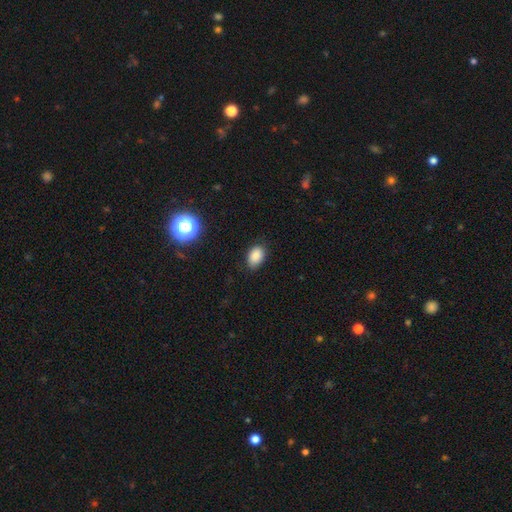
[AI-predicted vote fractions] This appears to be a smooth galaxy with no disk features (85%) that is in between round and cigar-shaped (84%). Merging: none (80%).